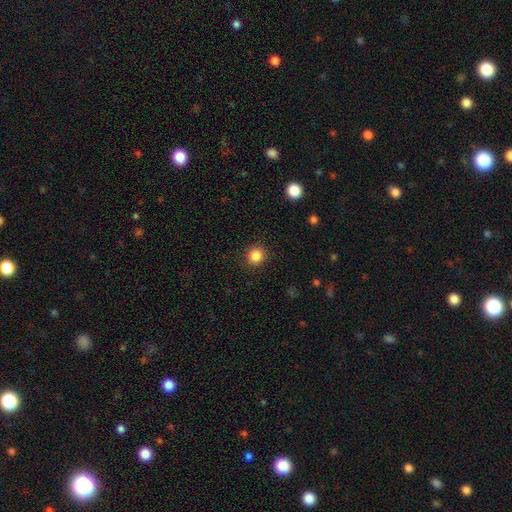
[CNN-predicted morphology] A smooth galaxy with no disk features (85%) that is round (90%).

Vote fractions:
- Smooth or featured? smooth: 85% / star or artifact: 11% / featured or disk: 4%
- How rounded? round: 90% / in between: 9% / cigar-shaped: 1%
- Merging? none: 91% / minor disturbance: 6% / major disturbance: 2% / merger: 1%